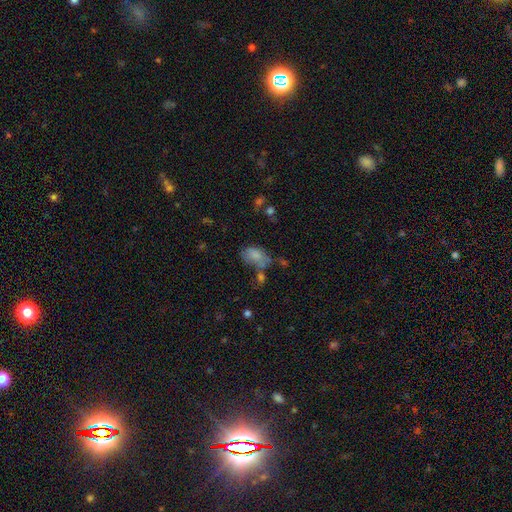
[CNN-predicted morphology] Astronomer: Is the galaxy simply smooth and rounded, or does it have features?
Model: smooth — 74%.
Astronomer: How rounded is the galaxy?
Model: in between — 87%.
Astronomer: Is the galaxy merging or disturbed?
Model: none — 33% (runner-up: minor disturbance, 24%).